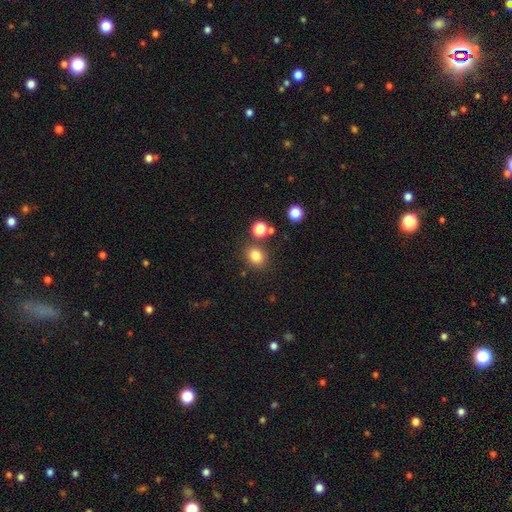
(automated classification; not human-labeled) A smooth galaxy with no disk features (82%) that is round (60%). Merging: none (79%).